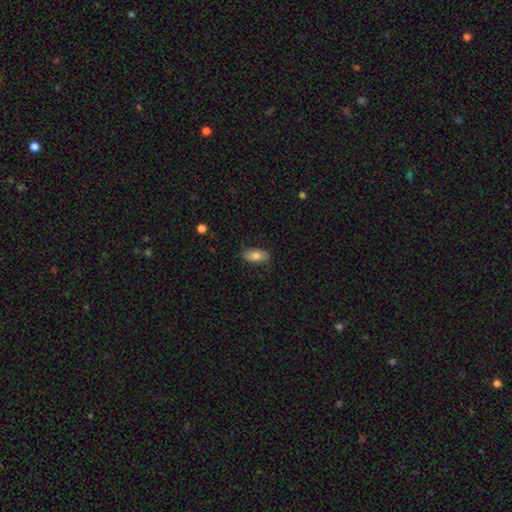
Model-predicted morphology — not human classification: smooth-or-featured: smooth: 80% | featured or disk: 13% | star or artifact: 7%
  how-rounded: in between: 90% | cigar-shaped: 7% | round: 3%
  merging: none: 82% | minor disturbance: 14% | major disturbance: 3% | merger: 1%